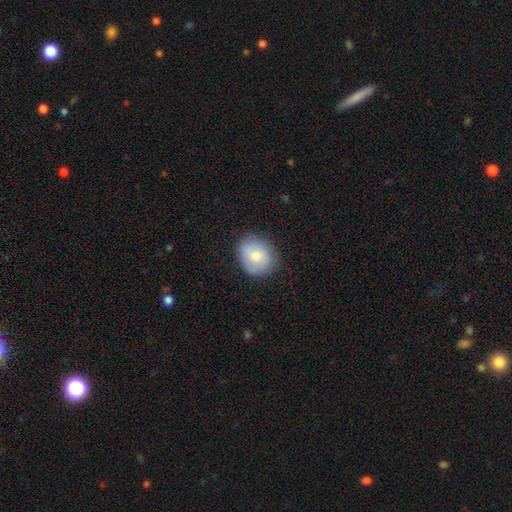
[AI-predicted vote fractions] Smooth or featured? Predicted: smooth (p=0.76). How rounded? Predicted: round (p=0.59). Merging? Predicted: none (p=0.81).